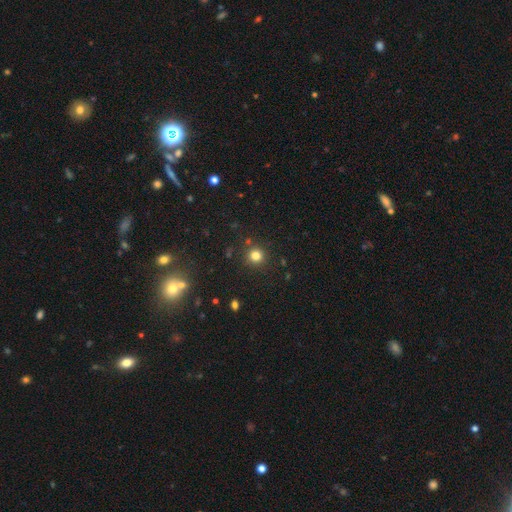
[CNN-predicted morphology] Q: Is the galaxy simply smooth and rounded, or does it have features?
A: smooth — 81%.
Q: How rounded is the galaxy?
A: round — 93%.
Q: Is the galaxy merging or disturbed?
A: none — 87%.